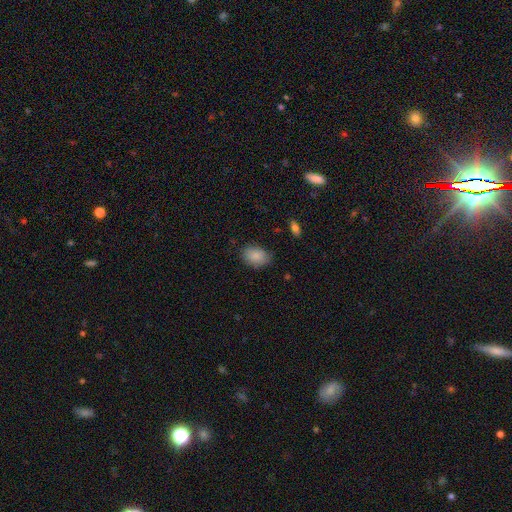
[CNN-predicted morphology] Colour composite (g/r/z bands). It shows a smooth galaxy with no disk features (88%) that is in between round and cigar-shaped (82%). Merging: none (81%).